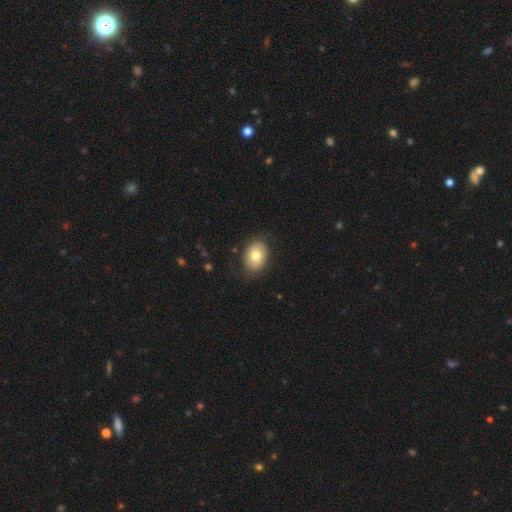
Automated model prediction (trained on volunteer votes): This appears to be a smooth galaxy with no disk features (76%) that is in between round and cigar-shaped (71%). Merging: none (81%).